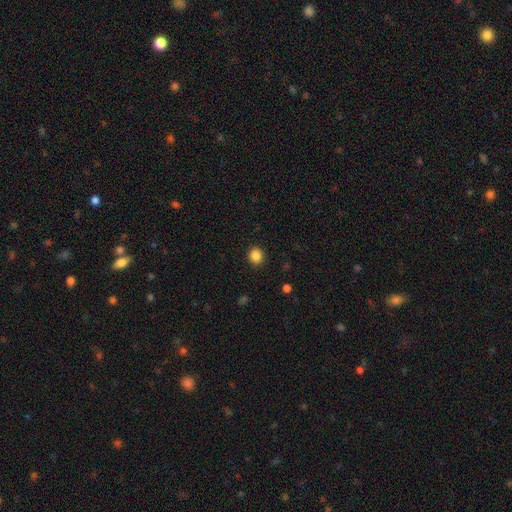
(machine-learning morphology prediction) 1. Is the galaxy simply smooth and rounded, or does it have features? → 86% smooth, 11% star or artifact, 3% featured or disk.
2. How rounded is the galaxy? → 82% round, 17% in between, 1% cigar-shaped.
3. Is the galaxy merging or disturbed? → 92% none, 5% minor disturbance, 2% major disturbance, 1% merger.